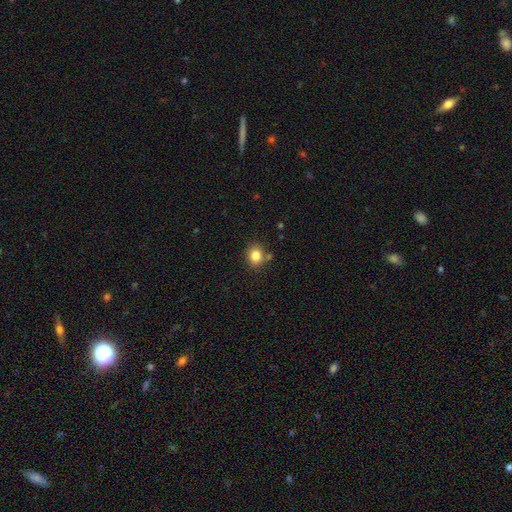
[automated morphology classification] smooth_or_featured: smooth (p=0.83) [alt: star or artifact p=0.11]
how_rounded: round (p=0.63) [alt: in between p=0.37]
merging: none (p=0.78) [alt: minor disturbance p=0.11]